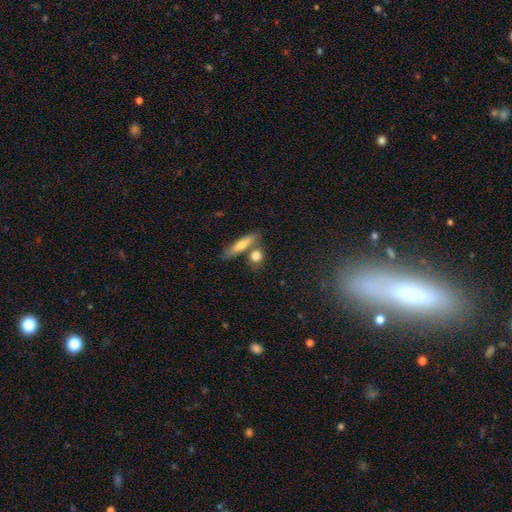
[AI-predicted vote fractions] Morphology: type=smooth (76%); roundness=round (41%); merging=none (62%).